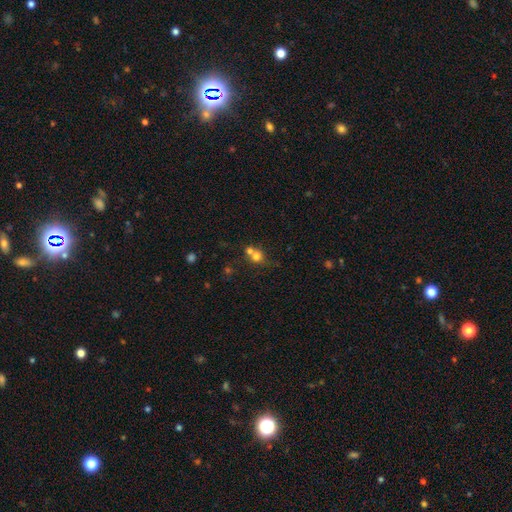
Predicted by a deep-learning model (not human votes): A smooth galaxy with no disk features (71%) that is round (81%). Merging: merger (52%).